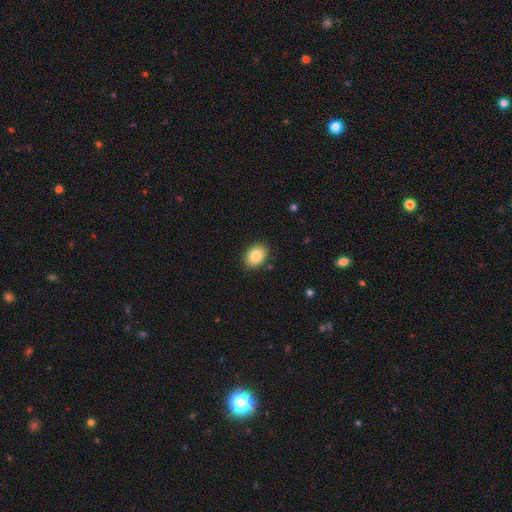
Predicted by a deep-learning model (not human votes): smooth 85%, star or artifact 8%, featured or disk 7%. Down the decision tree: how rounded — in between (69%); merging — none (89%).